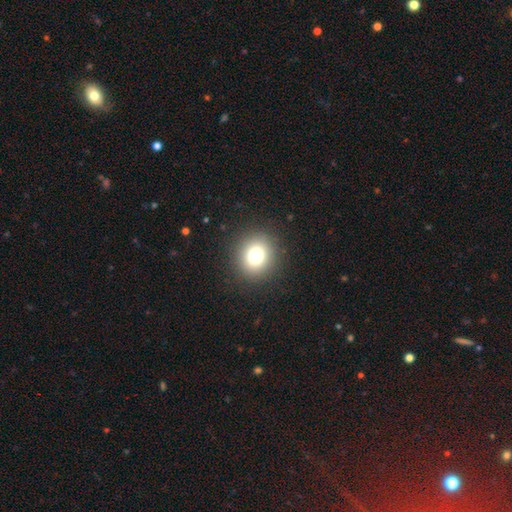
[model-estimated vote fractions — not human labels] A smooth galaxy with no disk features (77%) that is round (85%).

Vote fractions:
- Smooth or featured? smooth: 77% / star or artifact: 14% / featured or disk: 9%
- How rounded? round: 85% / in between: 14% / cigar-shaped: 1%
- Merging? none: 90% / minor disturbance: 6% / major disturbance: 3% / merger: 1%